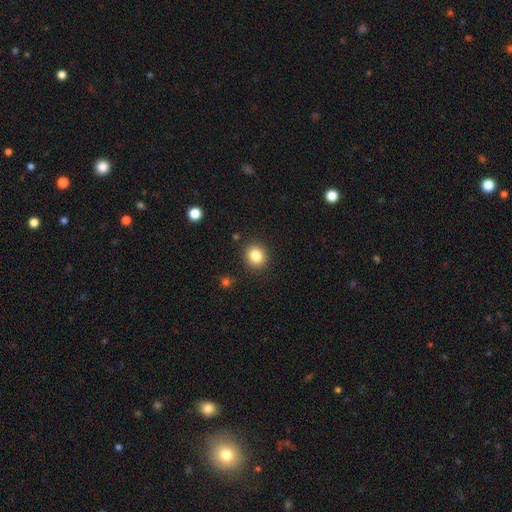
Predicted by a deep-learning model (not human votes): smooth 84%, star or artifact 10%, featured or disk 6%. Down the decision tree: how rounded — round (79%); merging — none (89%).